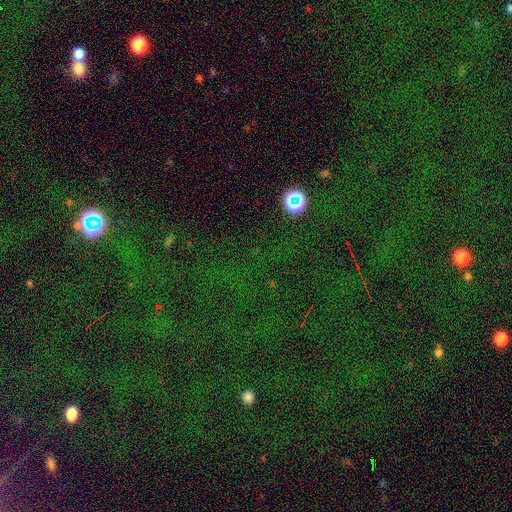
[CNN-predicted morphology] This appears to be a star or artifact, not a galaxy (80%).